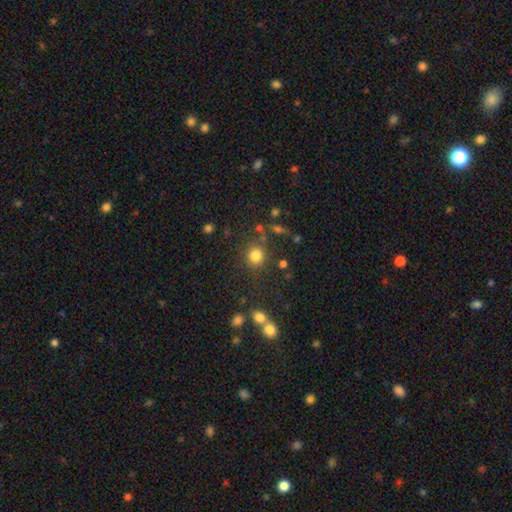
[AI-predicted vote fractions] Smooth or featured?
  - smooth: 81% *
  - star or artifact: 13%
  - featured or disk: 6%
How rounded?
  - round: 88% *
  - in between: 11%
  - cigar-shaped: 1%
Merging?
  - none: 77% *
  - minor disturbance: 10%
  - merger: 7%
  - major disturbance: 5%